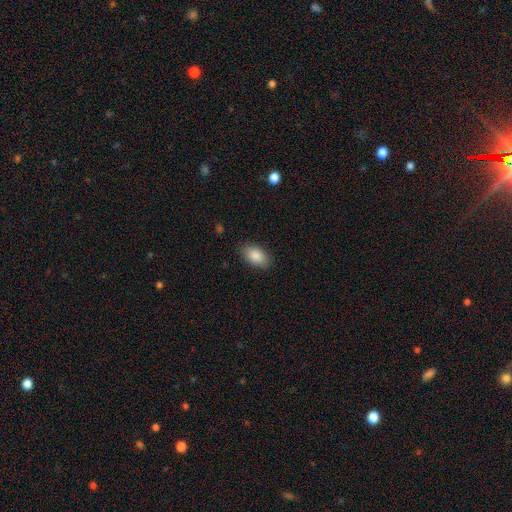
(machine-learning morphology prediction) smooth 87%, star or artifact 7%, featured or disk 6%. Down the decision tree: how rounded — in between (92%); merging — none (87%).